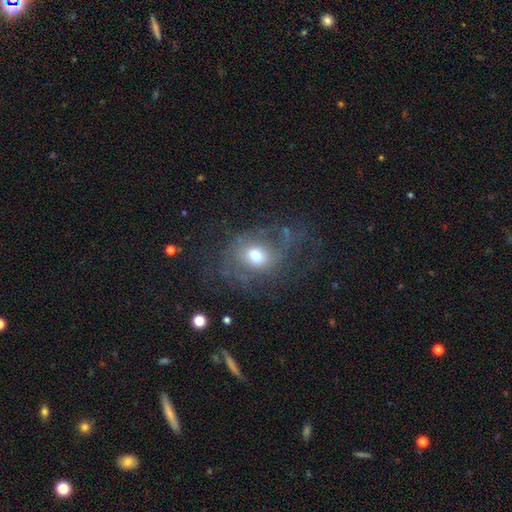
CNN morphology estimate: Smooth or featured: featured or disk — 57% (smooth — 31%)
Edge-on disk: no — 96% (yes — 4%)
Bar: no — 66% (weak — 28%)
Spiral arms: yes — 65% (no — 35%)
Bulge size: moderate — 65% (large — 19%)
Merging: none — 49% (major disturbance — 29%)